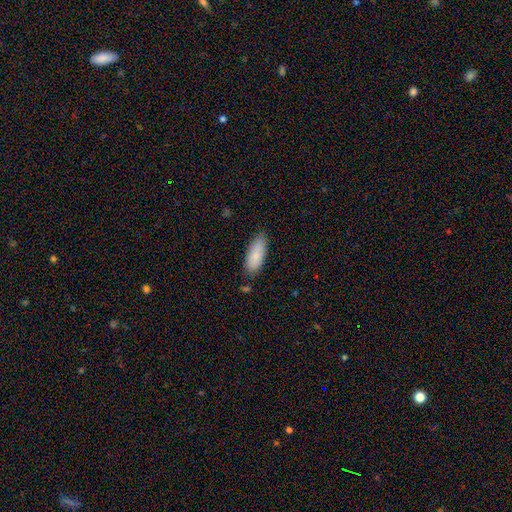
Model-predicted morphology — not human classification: Overall: smooth (84%). How rounded: in between (77%). Merging: none (81%).